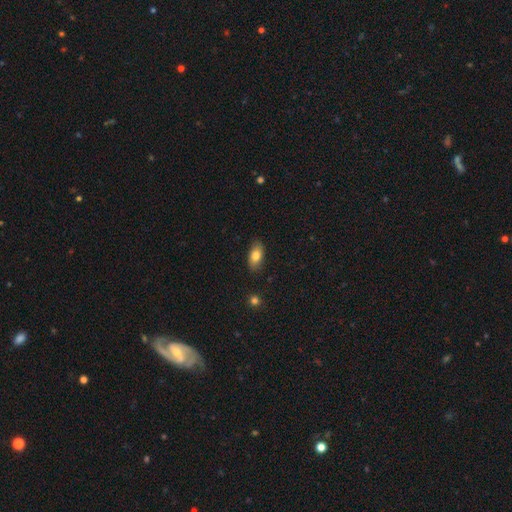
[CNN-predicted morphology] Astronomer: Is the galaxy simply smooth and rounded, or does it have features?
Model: smooth — 80%.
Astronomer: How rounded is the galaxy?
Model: in between — 91%.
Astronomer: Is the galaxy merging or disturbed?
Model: none — 86%.